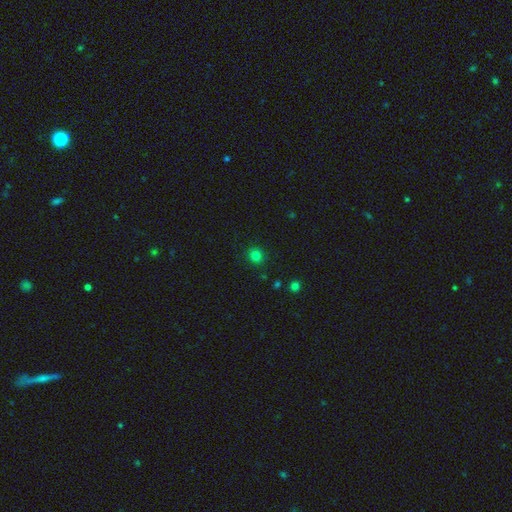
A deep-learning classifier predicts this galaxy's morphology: type=smooth (80%); roundness=round (87%); merging=none (89%).